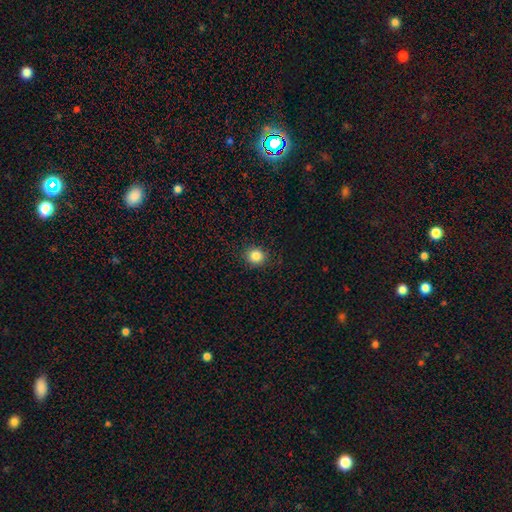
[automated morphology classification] This is clearly a smooth galaxy (84%). How rounded: clearly round (88%). Merging: clearly none (89%).